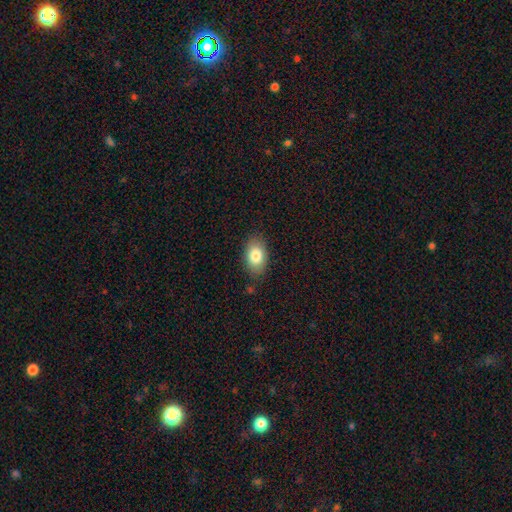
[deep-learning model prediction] smooth-or-featured: smooth: 82% | featured or disk: 11% | star or artifact: 7%
  how-rounded: in between: 89% | round: 10% | cigar-shaped: 1%
  merging: none: 83% | minor disturbance: 13% | major disturbance: 3% | merger: 2%